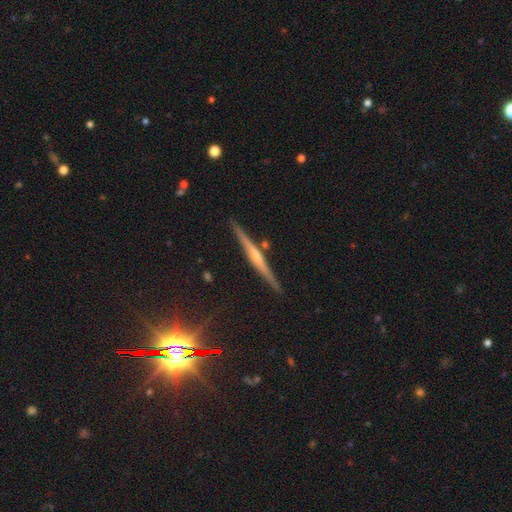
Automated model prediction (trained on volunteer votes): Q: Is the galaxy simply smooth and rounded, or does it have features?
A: featured or disk — 73%.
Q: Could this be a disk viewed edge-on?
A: yes — 98%.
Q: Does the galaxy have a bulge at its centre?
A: rounded — 67%.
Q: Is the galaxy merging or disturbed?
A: none — 88%.